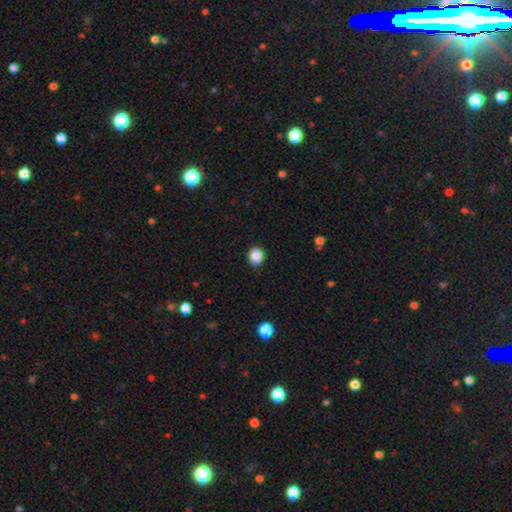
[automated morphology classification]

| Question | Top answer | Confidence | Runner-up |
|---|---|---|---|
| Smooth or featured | smooth | 87% | star or artifact (9%) |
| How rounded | round | 78% | in between (22%) |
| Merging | none | 90% | minor disturbance (7%) |